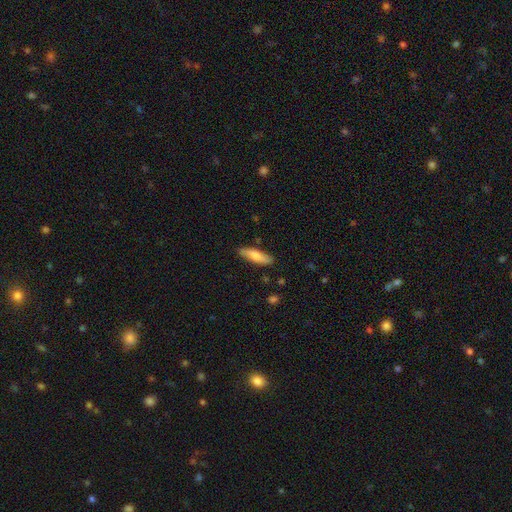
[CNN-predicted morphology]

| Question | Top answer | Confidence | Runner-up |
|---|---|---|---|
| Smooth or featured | smooth | 75% | featured or disk (19%) |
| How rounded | cigar-shaped | 60% | in between (39%) |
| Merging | none | 86% | minor disturbance (11%) |